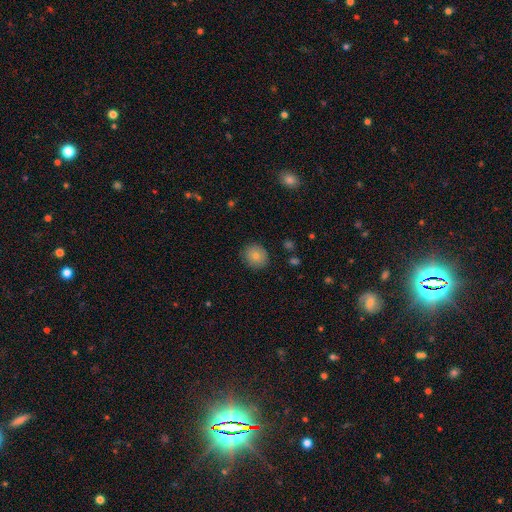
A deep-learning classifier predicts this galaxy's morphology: Q: Smooth or featured?
A: smooth (80%); runner-up: featured or disk (11%)
Q: How rounded?
A: round (82%); runner-up: in between (17%)
Q: Merging?
A: none (87%); runner-up: minor disturbance (9%)